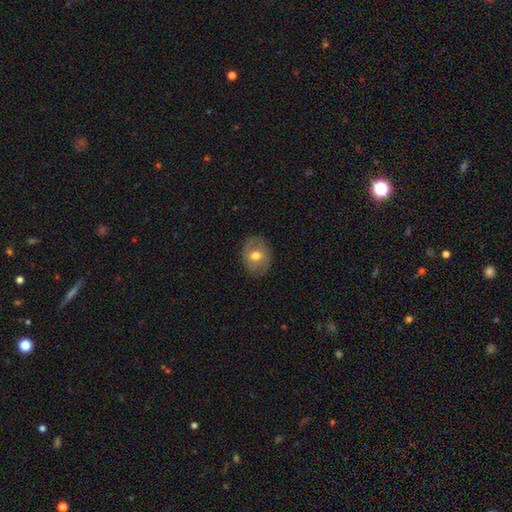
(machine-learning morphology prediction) smooth 53%, featured or disk 38%, star or artifact 8%. Down the decision tree: how rounded — round (51%); merging — none (83%).